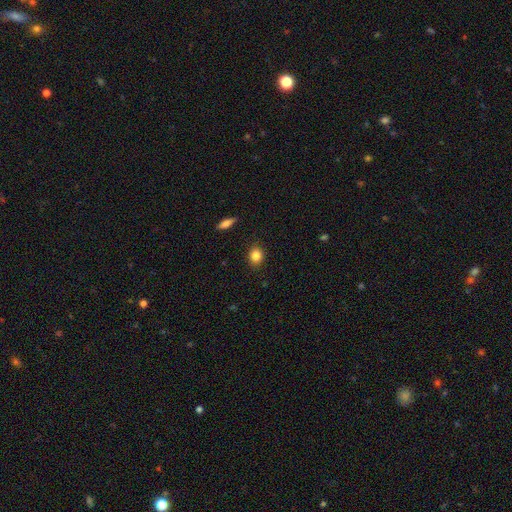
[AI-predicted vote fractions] Smooth or featured? Predicted: smooth (p=0.84). How rounded? Predicted: round (p=0.60). Merging? Predicted: none (p=0.88).